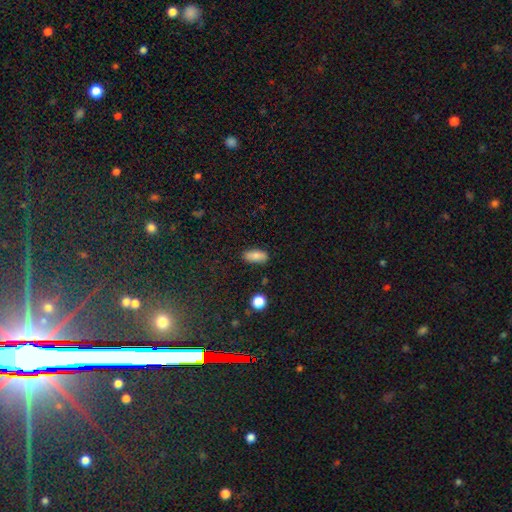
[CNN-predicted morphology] smooth_or_featured: smooth (p=0.84) [alt: star or artifact p=0.08]
how_rounded: in between (p=0.85) [alt: cigar-shaped p=0.11]
merging: none (p=0.84) [alt: minor disturbance p=0.12]